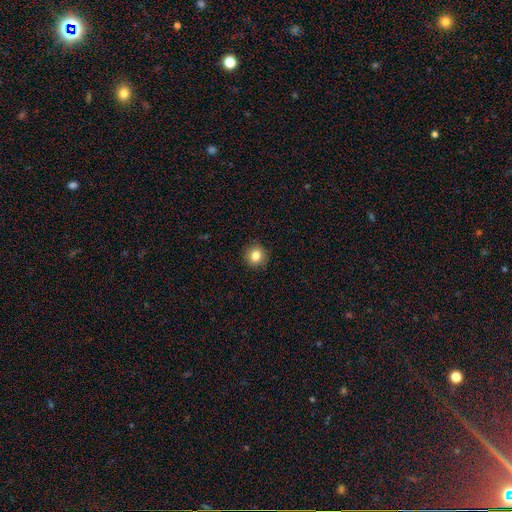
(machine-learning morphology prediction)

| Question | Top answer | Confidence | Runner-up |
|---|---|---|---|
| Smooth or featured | smooth | 83% | star or artifact (10%) |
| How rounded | round | 90% | in between (9%) |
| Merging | none | 91% | minor disturbance (6%) |